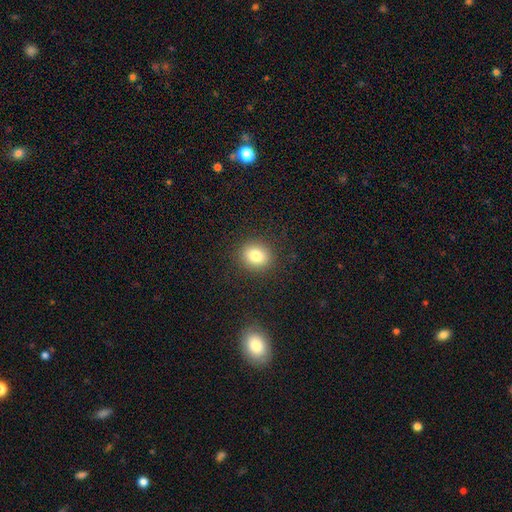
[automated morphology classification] A smooth galaxy with no disk features (81%) that is round (69%).

Vote fractions:
- Smooth or featured? smooth: 81% / star or artifact: 11% / featured or disk: 8%
- How rounded? round: 69% / in between: 30% / cigar-shaped: 1%
- Merging? none: 89% / minor disturbance: 7% / major disturbance: 3% / merger: 1%